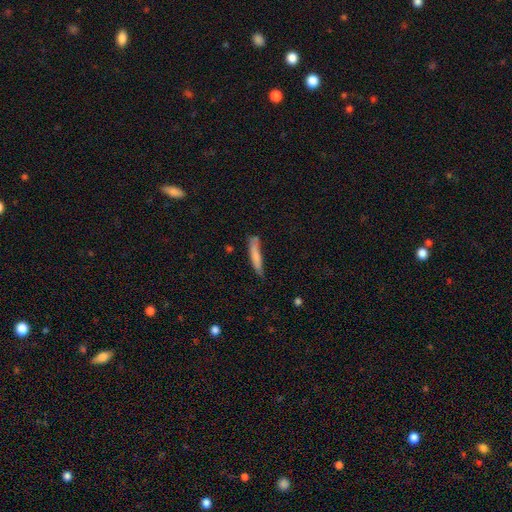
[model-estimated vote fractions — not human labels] Smooth or featured?
  - smooth: 77% *
  - featured or disk: 17%
  - star or artifact: 6%
How rounded?
  - cigar-shaped: 90% *
  - in between: 9%
  - round: 1%
Merging?
  - none: 65% *
  - minor disturbance: 24%
  - major disturbance: 6%
  - merger: 5%